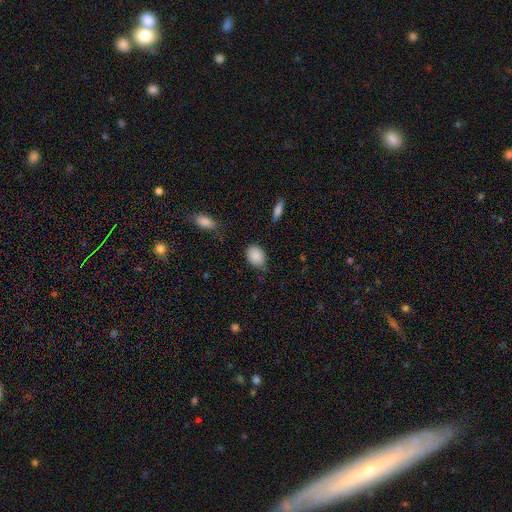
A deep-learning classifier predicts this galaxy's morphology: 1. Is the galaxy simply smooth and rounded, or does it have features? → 88% smooth, 7% star or artifact, 5% featured or disk.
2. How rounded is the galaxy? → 73% in between, 26% round, 1% cigar-shaped.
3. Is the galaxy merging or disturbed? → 76% none, 18% minor disturbance, 4% major disturbance, 2% merger.